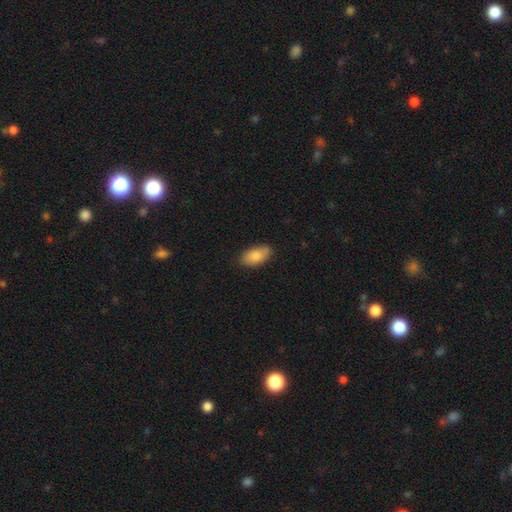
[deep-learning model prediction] The model was most divided on "merging": none: 76%, minor disturbance: 19%, major disturbance: 3%, merger: 2%. More confident: how rounded — in between (93%); smooth or featured — smooth (83%).